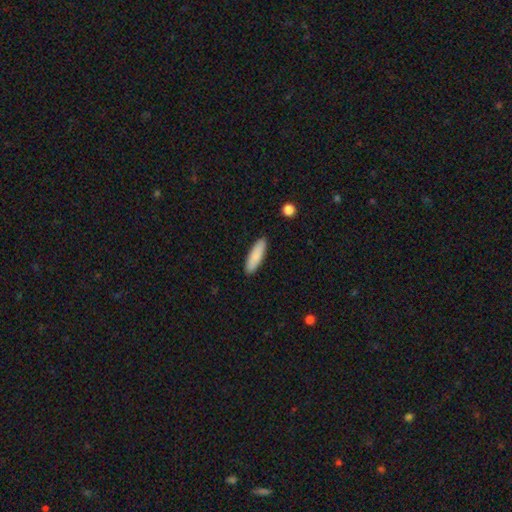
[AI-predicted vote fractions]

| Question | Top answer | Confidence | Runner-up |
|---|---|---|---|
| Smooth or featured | smooth | 86% | featured or disk (8%) |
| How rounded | cigar-shaped | 56% | in between (42%) |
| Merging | none | 90% | minor disturbance (7%) |